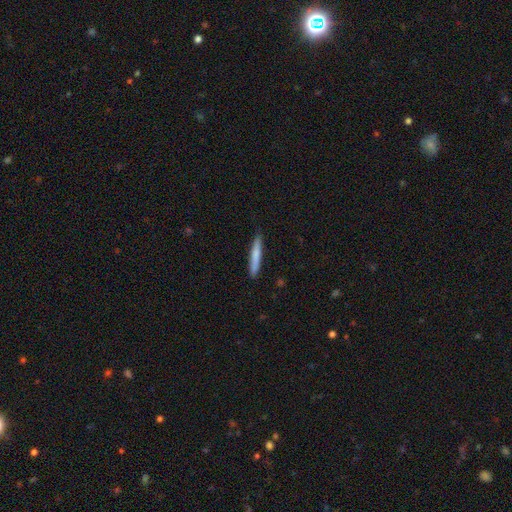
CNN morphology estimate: The model was most divided on "smooth or featured": smooth: 73%, featured or disk: 22%, star or artifact: 5%. More confident: how rounded — cigar-shaped (94%); merging — none (87%).